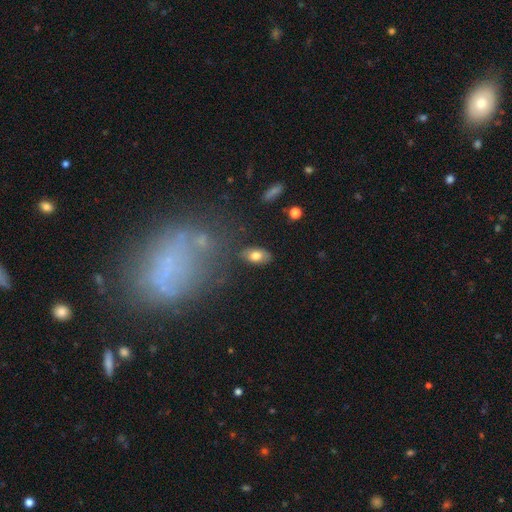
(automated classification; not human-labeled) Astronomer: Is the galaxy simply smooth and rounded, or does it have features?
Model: smooth — 76%.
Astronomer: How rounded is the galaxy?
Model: in between — 91%.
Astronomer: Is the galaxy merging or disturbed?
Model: none — 82%.